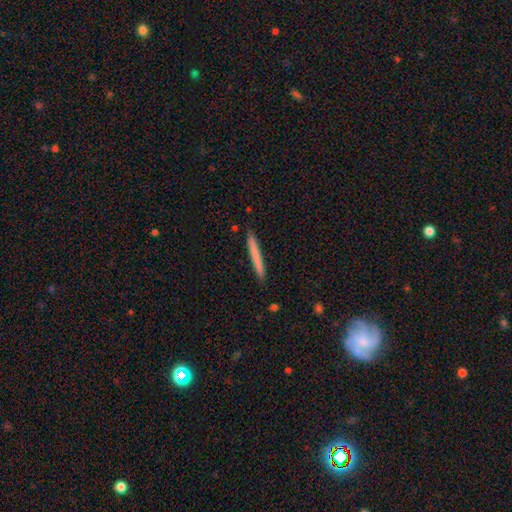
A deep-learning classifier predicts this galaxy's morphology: The model was most divided on "smooth or featured": smooth: 70%, featured or disk: 24%, star or artifact: 6%. More confident: how rounded — cigar-shaped (97%); merging — none (91%).